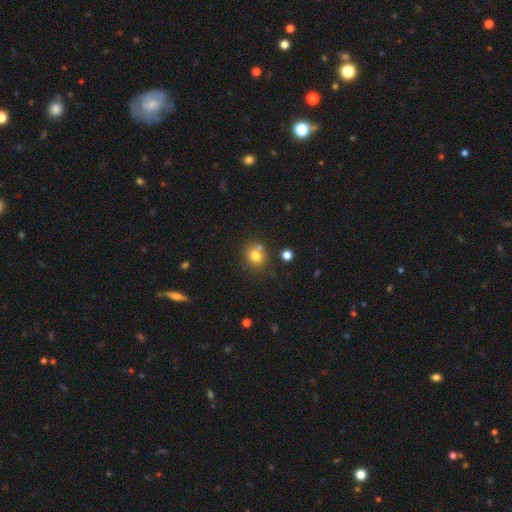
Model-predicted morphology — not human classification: type=smooth (77%); roundness=round (80%); merging=none (68%).